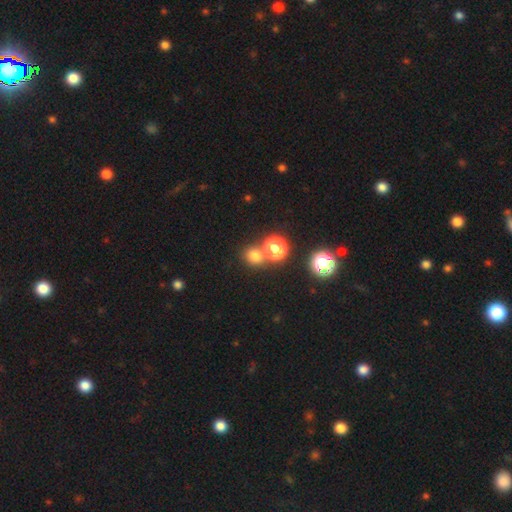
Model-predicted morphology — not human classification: type=smooth (73%); roundness=round (84%); merging=none (61%).